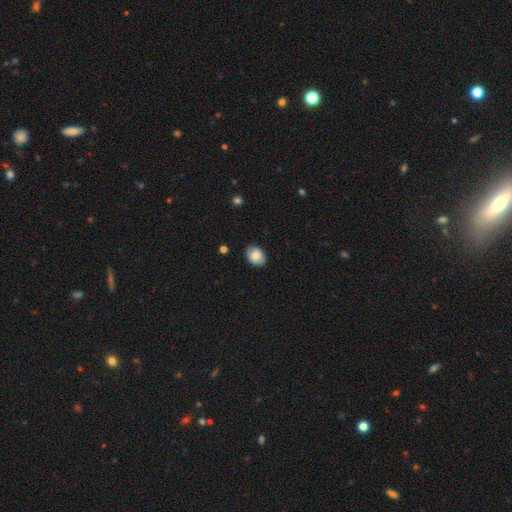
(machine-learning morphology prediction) Smooth or featured? smooth (80%)
How rounded? in between (68%)
Merging? none (86%)